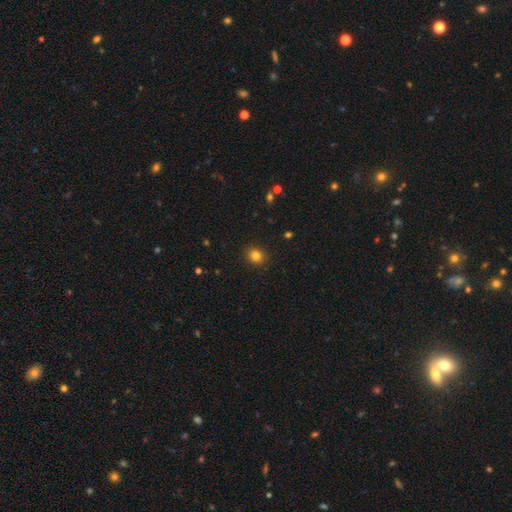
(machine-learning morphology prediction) Overall: smooth (82%). How rounded: round (78%). Merging: none (90%).